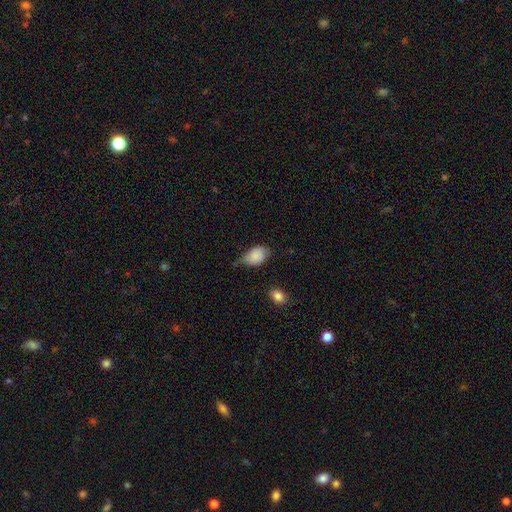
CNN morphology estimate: Overall: smooth (84%). How rounded: in between (87%). Merging: minor disturbance (47%; none 39%).